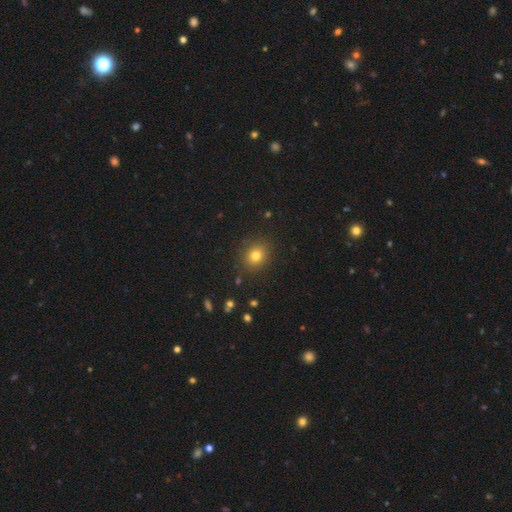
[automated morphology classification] Q: Smooth or featured?
A: smooth (78%); runner-up: star or artifact (14%)
Q: How rounded?
A: round (69%); runner-up: in between (30%)
Q: Merging?
A: none (88%); runner-up: minor disturbance (8%)